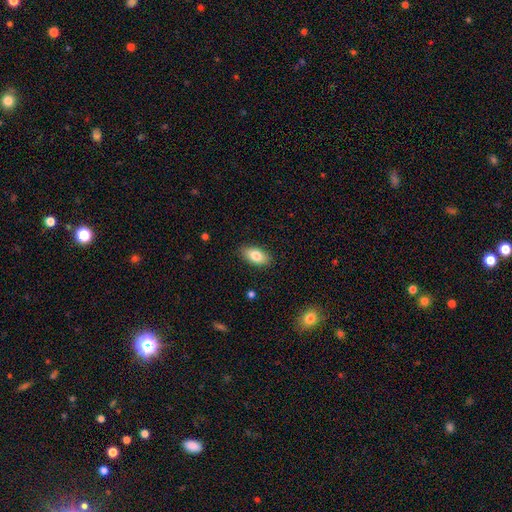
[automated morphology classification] smooth 82%, featured or disk 11%, star or artifact 7%. Down the decision tree: how rounded — in between (92%); merging — none (87%).